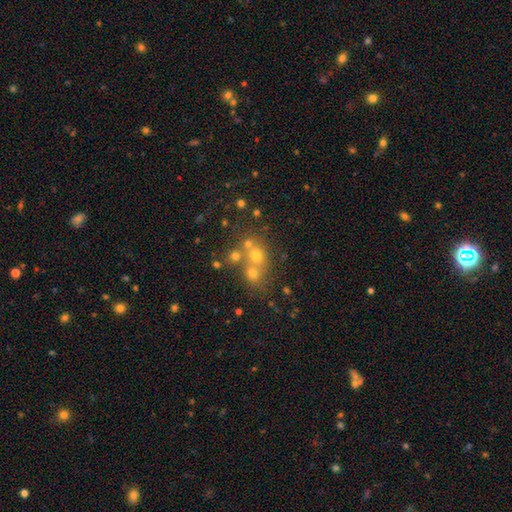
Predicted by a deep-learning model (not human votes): A smooth galaxy with no disk features (54%) that is round (75%). Merging: merger (44%).